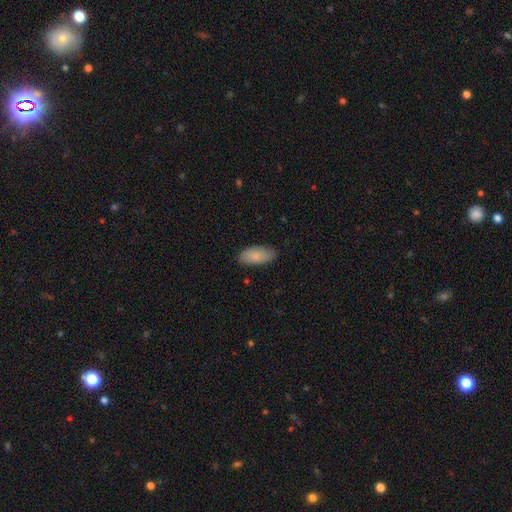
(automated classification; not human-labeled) smooth_or_featured: smooth (p=0.85) [alt: featured or disk p=0.09]
how_rounded: in between (p=0.92) [alt: cigar-shaped p=0.06]
merging: none (p=0.85) [alt: minor disturbance p=0.12]